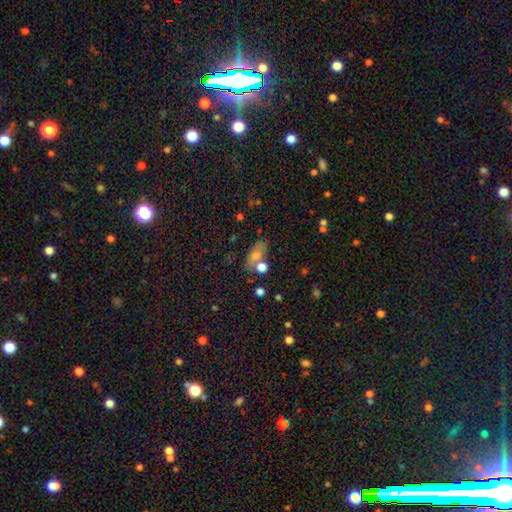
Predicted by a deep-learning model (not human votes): This is possibly a smooth galaxy (58%). How rounded: likely in between (76%). Merging: likely none (63%).